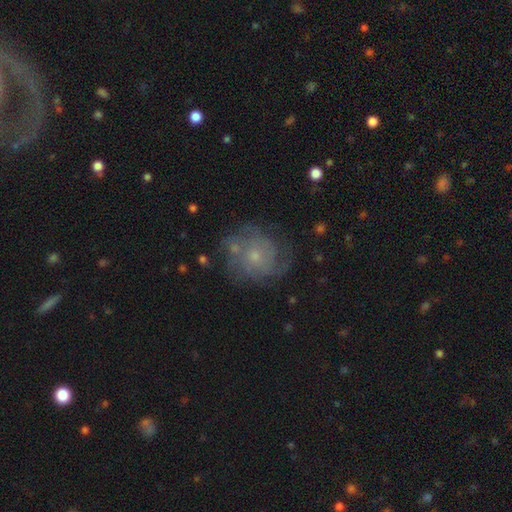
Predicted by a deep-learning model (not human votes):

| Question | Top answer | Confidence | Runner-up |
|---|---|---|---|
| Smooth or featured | featured or disk | 63% | smooth (26%) |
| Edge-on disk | no | 98% | yes (2%) |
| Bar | no | 82% | weak (16%) |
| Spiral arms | yes | 80% | no (20%) |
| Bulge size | small | 64% | moderate (29%) |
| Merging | none | 64% | minor disturbance (20%) |